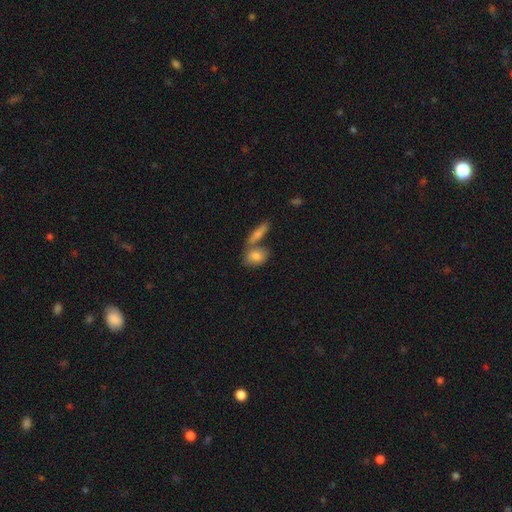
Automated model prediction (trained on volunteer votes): smooth-or-featured: smooth: 78% | featured or disk: 15% | star or artifact: 7%
  how-rounded: in between: 71% | round: 22% | cigar-shaped: 7%
  merging: none: 45% | merger: 41% | minor disturbance: 11% | major disturbance: 4%